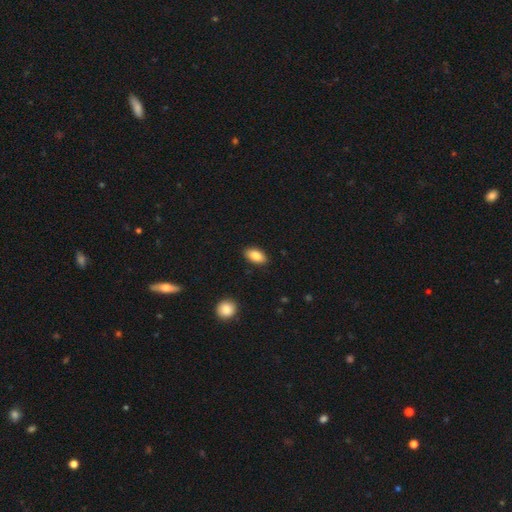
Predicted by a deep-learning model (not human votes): Overall: smooth (85%). How rounded: in between (92%). Merging: none (89%).